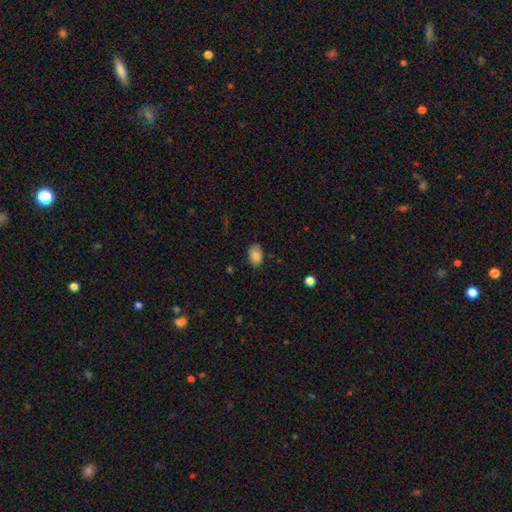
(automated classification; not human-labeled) A smooth galaxy with no disk features (83%) that is in between round and cigar-shaped (86%).

Vote fractions:
- Smooth or featured? smooth: 83% / featured or disk: 10% / star or artifact: 8%
- How rounded? in between: 86% / round: 13% / cigar-shaped: 1%
- Merging? none: 81% / minor disturbance: 15% / major disturbance: 3% / merger: 1%